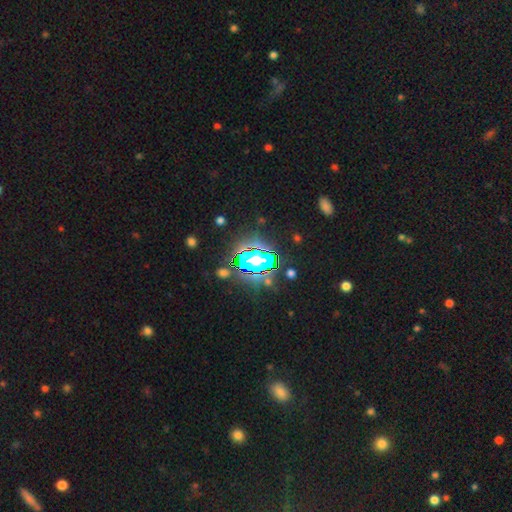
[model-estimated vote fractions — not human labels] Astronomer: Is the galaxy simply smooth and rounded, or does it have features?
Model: star or artifact — 63%.